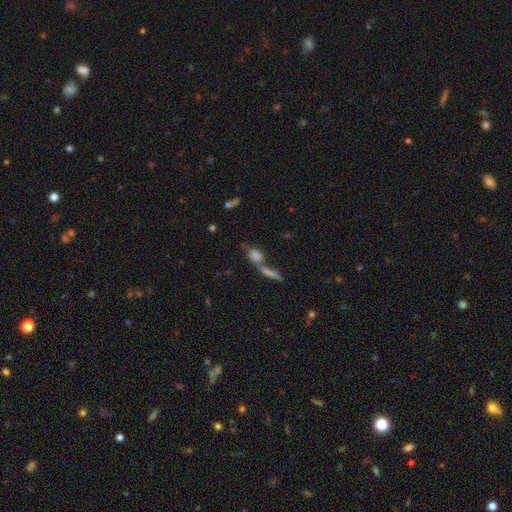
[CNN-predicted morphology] smooth_or_featured: smooth (p=0.67) [alt: featured or disk p=0.19]
how_rounded: in between (p=0.50) [alt: cigar-shaped p=0.26]
merging: merger (p=0.47) [alt: none p=0.38]